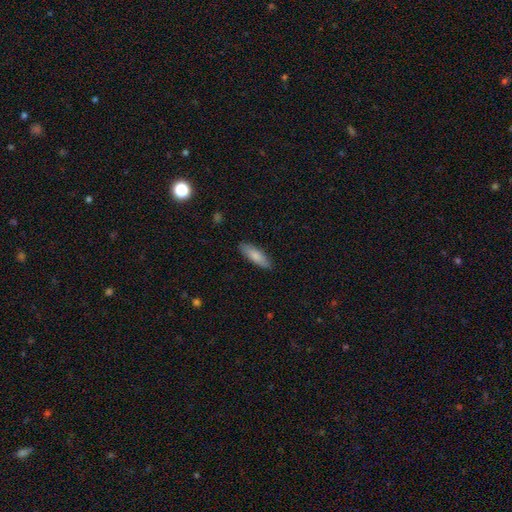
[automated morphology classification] smooth-or-featured: smooth: 80% | featured or disk: 14% | star or artifact: 6%
  how-rounded: in between: 52% | cigar-shaped: 46% | round: 2%
  merging: none: 86% | minor disturbance: 11% | major disturbance: 2% | merger: 1%